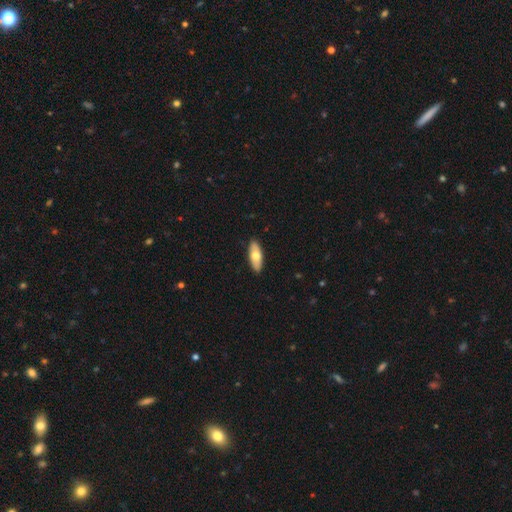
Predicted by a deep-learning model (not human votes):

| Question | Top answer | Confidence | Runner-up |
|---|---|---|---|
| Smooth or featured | smooth | 65% | featured or disk (30%) |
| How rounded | in between | 74% | cigar-shaped (24%) |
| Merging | none | 90% | minor disturbance (8%) |